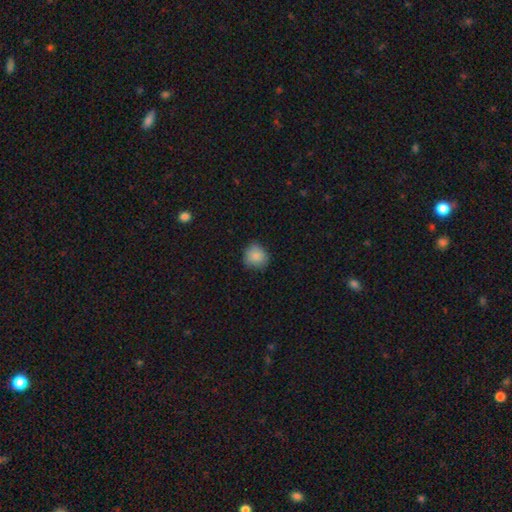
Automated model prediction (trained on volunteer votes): Q: Smooth or featured?
A: smooth (86%); runner-up: star or artifact (9%)
Q: How rounded?
A: round (85%); runner-up: in between (14%)
Q: Merging?
A: none (80%); runner-up: minor disturbance (16%)